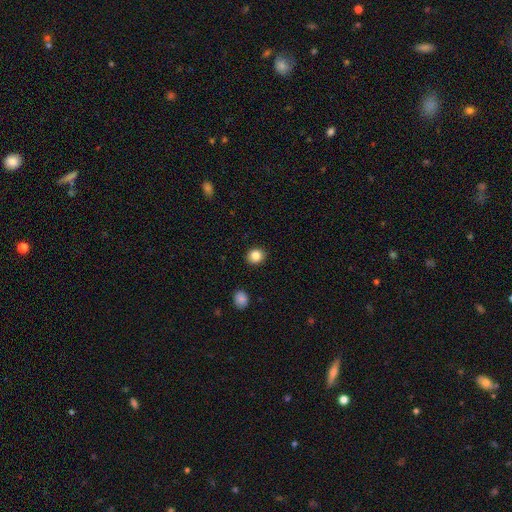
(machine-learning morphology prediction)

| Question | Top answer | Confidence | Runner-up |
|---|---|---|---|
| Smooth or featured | smooth | 86% | star or artifact (10%) |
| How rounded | round | 78% | in between (21%) |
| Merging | none | 91% | minor disturbance (6%) |